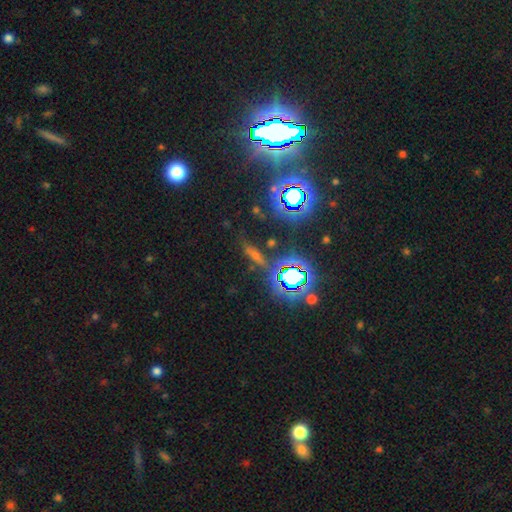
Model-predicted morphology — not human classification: This appears to be a star or artifact, not a galaxy (48%).